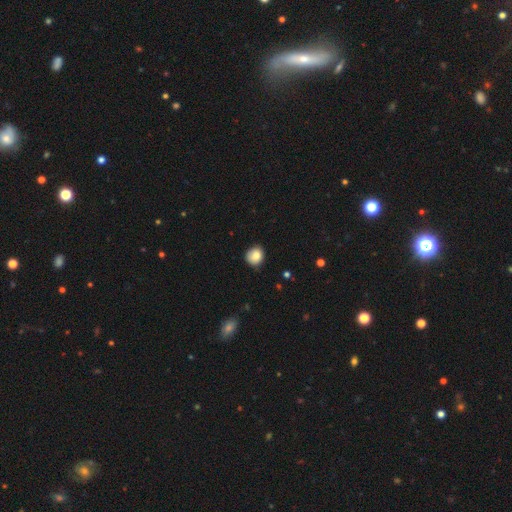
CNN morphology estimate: This is clearly a smooth galaxy (84%). How rounded: clearly round (81%). Merging: clearly none (80%).